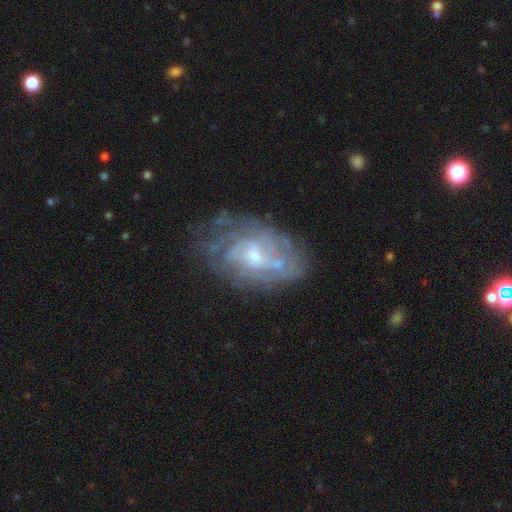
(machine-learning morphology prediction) Smooth or featured?
  - featured or disk: 78% *
  - smooth: 15%
  - star or artifact: 8%
Edge-on disk?
  - no: 96% *
  - yes: 4%
Bar?
  - no: 61% *
  - weak: 34%
  - strong: 5%
Spiral arms?
  - yes: 80% *
  - no: 20%
Spiral winding?
  - tight: 57% *
  - medium: 31%
  - loose: 12%
Spiral arm count?
  - can't tell: 57% *
  - 2: 13%
  - 3: 10%
  - 4: 10%
  - more than 4: 5%
  - 1: 4%
Bulge size?
  - small: 61% *
  - moderate: 32%
  - none: 4%
  - large: 2%
  - dominant: 1%
Merging?
  - none: 63% *
  - minor disturbance: 22%
  - major disturbance: 12%
  - merger: 3%